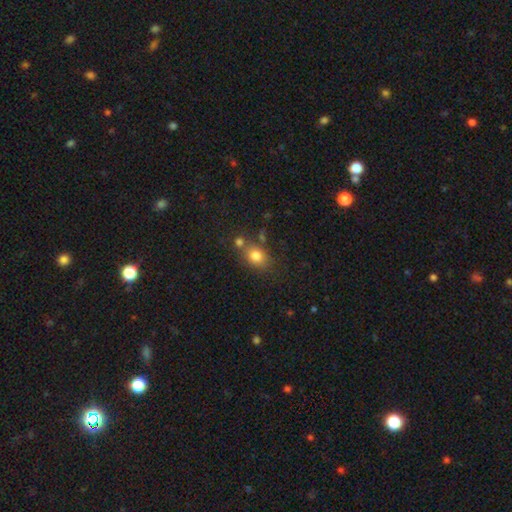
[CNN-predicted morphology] Overall: smooth (80%). How rounded: in between (51%; round 48%). Merging: none (62%).